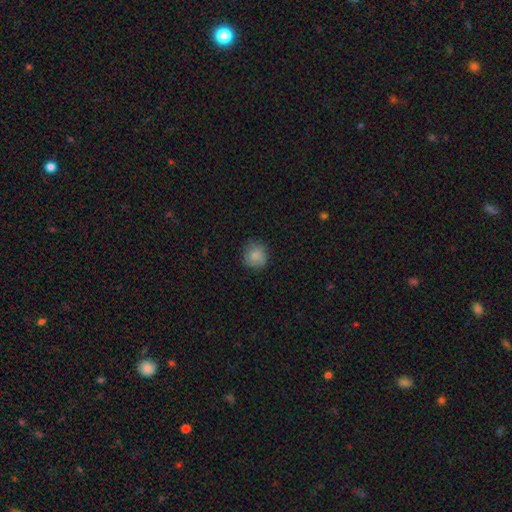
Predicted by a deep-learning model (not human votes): This appears to be a smooth galaxy with no disk features (85%) that is round (90%). Merging: none (82%).